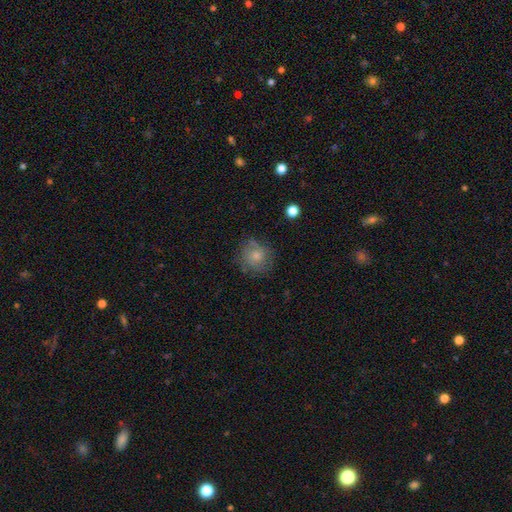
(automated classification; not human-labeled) This appears to be a smooth galaxy with no disk features (70%) that is round (85%). Merging: none (69%).